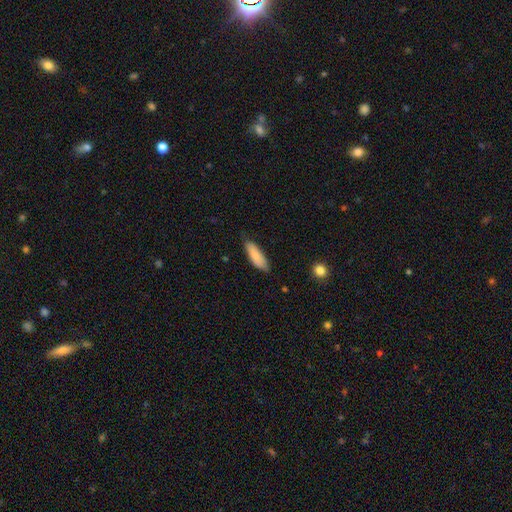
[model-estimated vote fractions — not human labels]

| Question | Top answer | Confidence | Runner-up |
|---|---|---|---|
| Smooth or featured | smooth | 83% | featured or disk (11%) |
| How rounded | in between | 56% | cigar-shaped (43%) |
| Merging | none | 79% | minor disturbance (18%) |